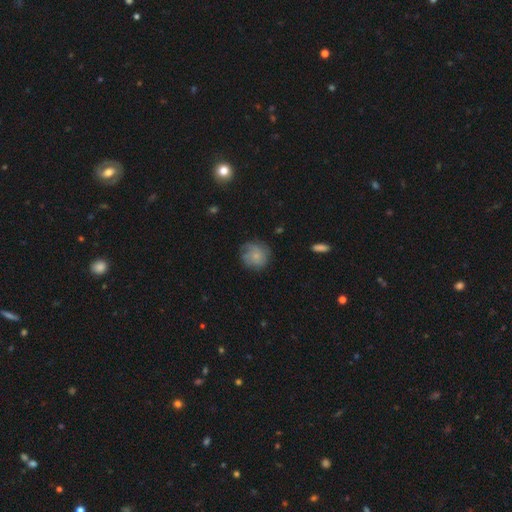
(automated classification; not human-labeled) This appears to be a smooth galaxy with no disk features (61%) that is round (87%). Merging: none (65%).